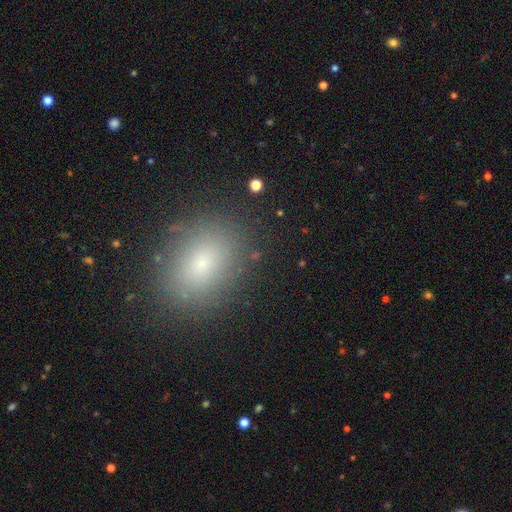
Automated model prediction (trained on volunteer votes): Smooth or featured: smooth — 71% (star or artifact — 18%)
How rounded: in between — 69% (round — 29%)
Merging: none — 87% (minor disturbance — 9%)